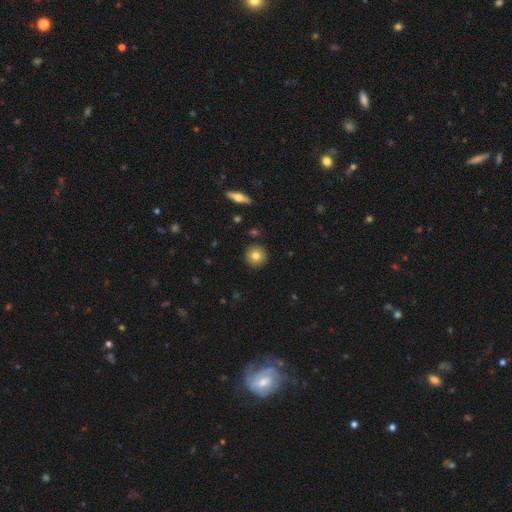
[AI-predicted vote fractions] This is likely a smooth galaxy (79%). How rounded: clearly round (94%). Merging: clearly none (91%).